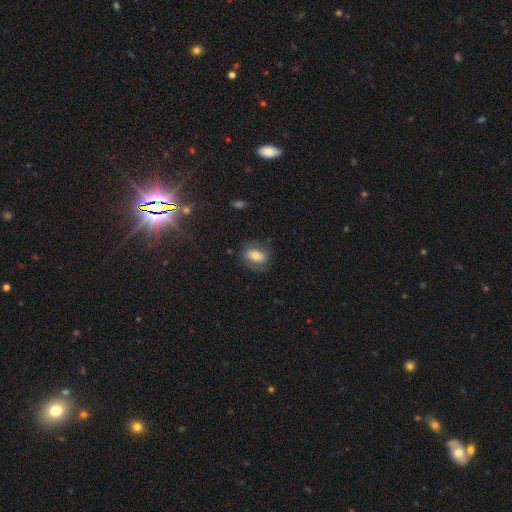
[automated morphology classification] The model was most divided on "smooth or featured": smooth: 55%, featured or disk: 36%, star or artifact: 9%. More confident: how rounded — in between (79%); merging — none (66%).